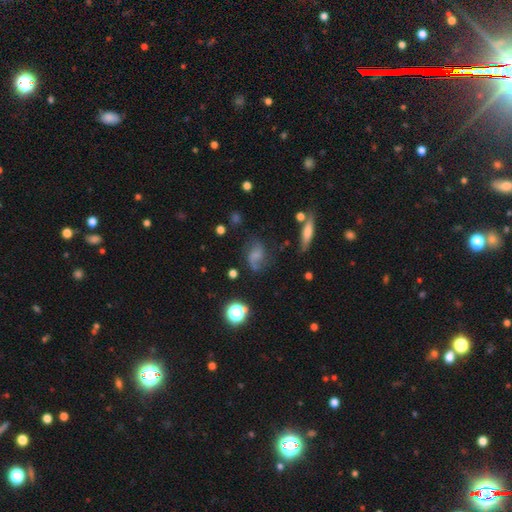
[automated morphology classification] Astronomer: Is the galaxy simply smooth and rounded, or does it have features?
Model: featured or disk — 45% (runner-up: smooth, 39%).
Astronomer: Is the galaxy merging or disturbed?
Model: none — 56%.